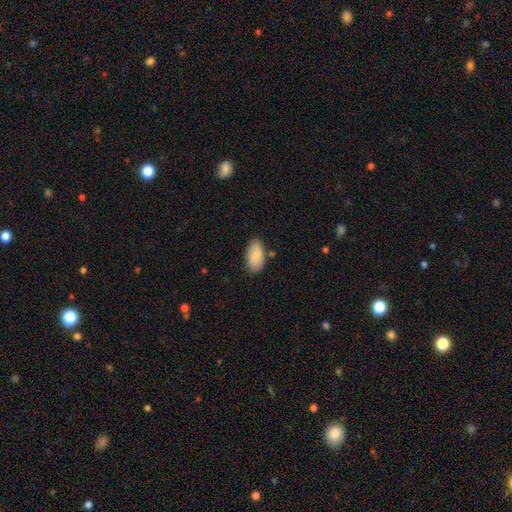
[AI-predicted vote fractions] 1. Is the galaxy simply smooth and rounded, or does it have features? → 79% smooth, 15% featured or disk, 6% star or artifact.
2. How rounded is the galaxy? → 94% in between, 3% round, 2% cigar-shaped.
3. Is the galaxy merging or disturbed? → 78% none, 16% minor disturbance, 3% merger, 3% major disturbance.